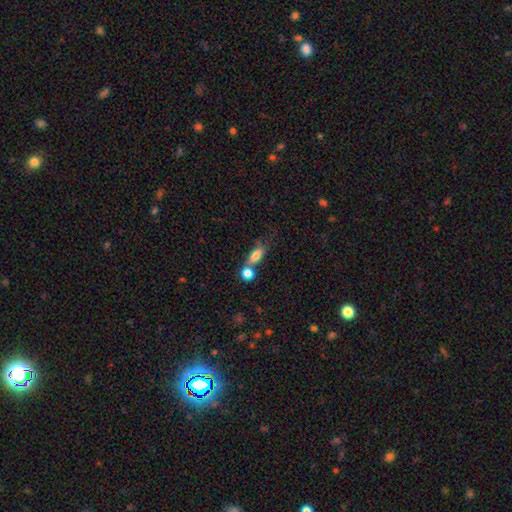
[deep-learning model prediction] A smooth galaxy with no disk features (77%) that is in between round and cigar-shaped (70%). Merging: none (41%).